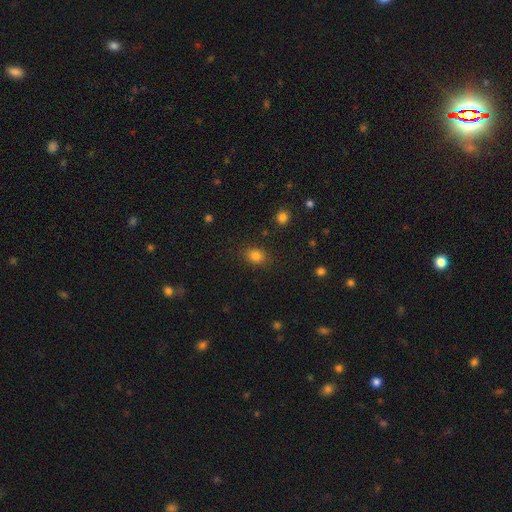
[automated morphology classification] The model was most divided on "how rounded": in between: 54%, round: 44%, cigar-shaped: 1%. More confident: merging — none (85%); smooth or featured — smooth (82%).